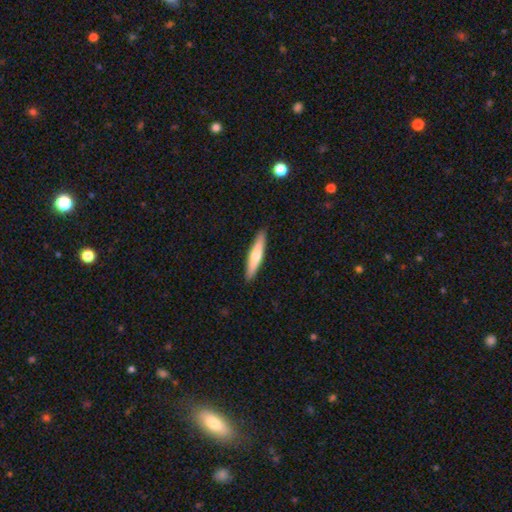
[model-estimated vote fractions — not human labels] This appears to be a smooth galaxy with no disk features (59%) that is cigar-shaped (88%). Merging: none (91%).